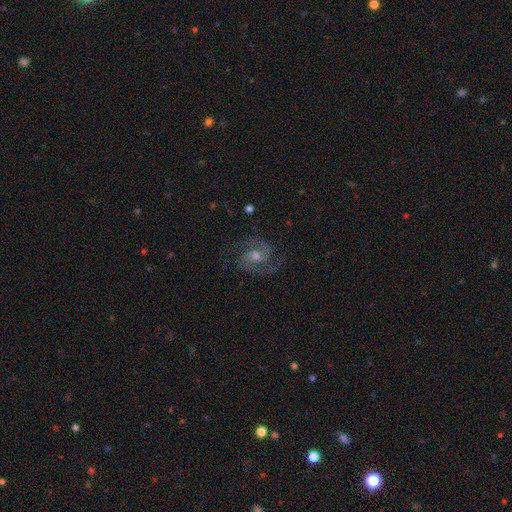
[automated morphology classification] Q: Smooth or featured?
A: featured or disk (91%); runner-up: star or artifact (5%)
Q: Edge-on disk?
A: no (98%); runner-up: yes (2%)
Q: Bar?
A: weak (45%); runner-up: no (43%)
Q: Spiral arms?
A: yes (98%); runner-up: no (2%)
Q: Spiral winding?
A: medium (62%); runner-up: tight (28%)
Q: Spiral arm count?
A: 2 (93%); runner-up: 3 (2%)
Q: Bulge size?
A: moderate (58%); runner-up: small (33%)
Q: Merging?
A: none (83%); runner-up: minor disturbance (12%)